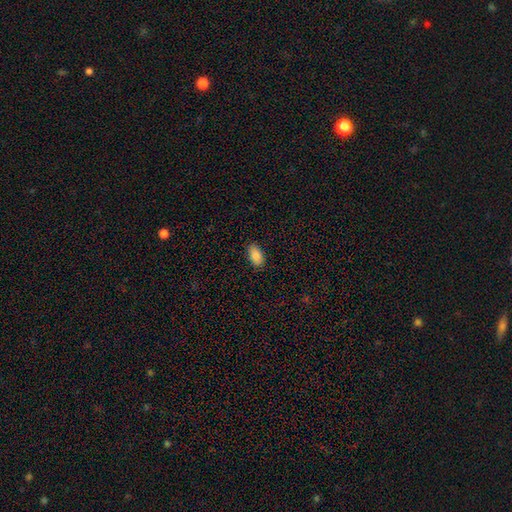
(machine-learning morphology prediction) Smooth or featured: smooth — 86% (star or artifact — 7%)
How rounded: in between — 93% (round — 5%)
Merging: none — 87% (minor disturbance — 10%)